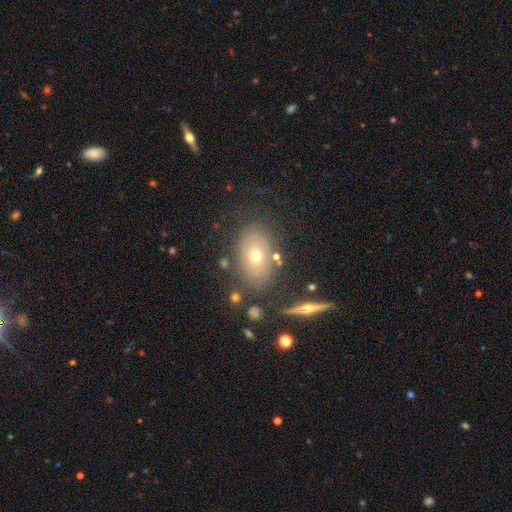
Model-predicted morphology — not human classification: This is possibly a featured or disk galaxy (48%). Merging: likely none (72%).